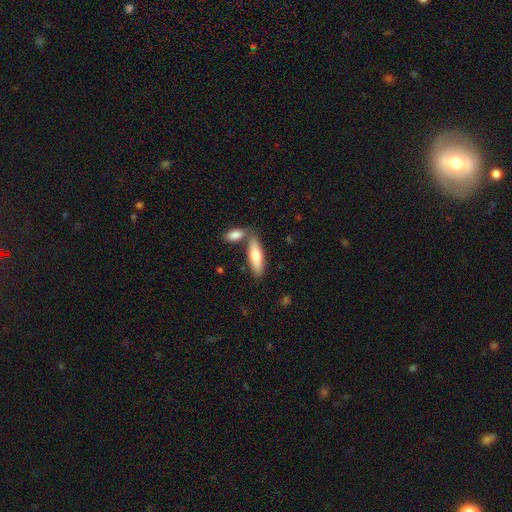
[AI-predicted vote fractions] A smooth galaxy with no disk features (70%) that is cigar-shaped (51%).

Vote fractions:
- Smooth or featured? smooth: 70% / featured or disk: 25% / star or artifact: 5%
- How rounded? cigar-shaped: 51% / in between: 47% / round: 2%
- Merging? none: 64% / merger: 23% / minor disturbance: 11% / major disturbance: 3%